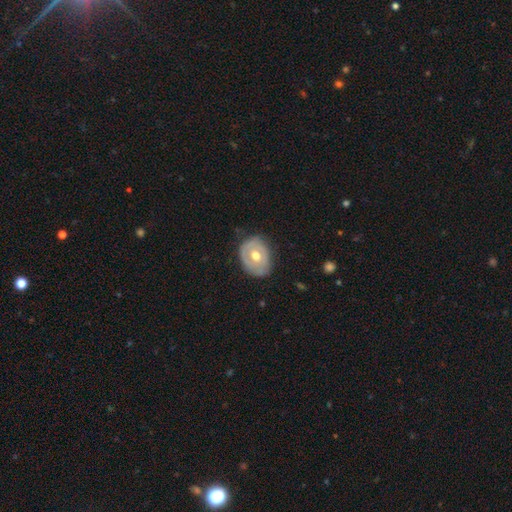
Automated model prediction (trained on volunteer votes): smooth_or_featured: featured or disk (p=0.52) [alt: smooth p=0.42]
disk_edge_on: no (p=0.94) [alt: yes p=0.06]
merging: none (p=0.69) [alt: minor disturbance p=0.24]